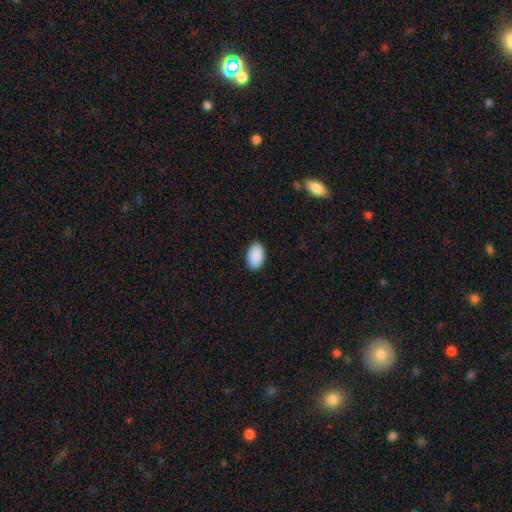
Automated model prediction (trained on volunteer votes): Overall: smooth (92%). How rounded: in between (94%). Merging: none (90%).